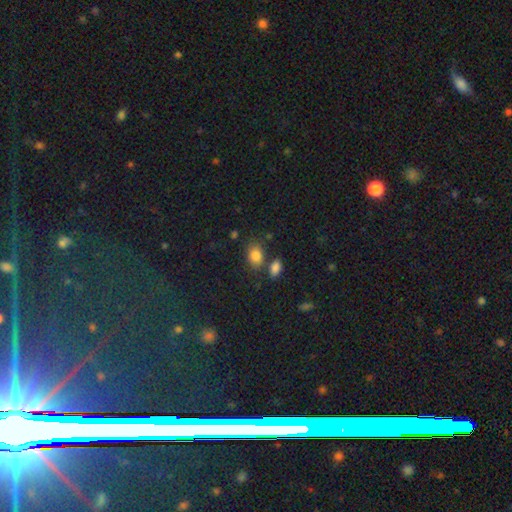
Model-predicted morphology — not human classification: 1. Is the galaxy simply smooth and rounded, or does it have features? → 83% smooth, 10% star or artifact, 6% featured or disk.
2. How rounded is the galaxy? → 75% in between, 23% round, 1% cigar-shaped.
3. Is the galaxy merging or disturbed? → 66% none, 16% merger, 14% minor disturbance, 5% major disturbance.